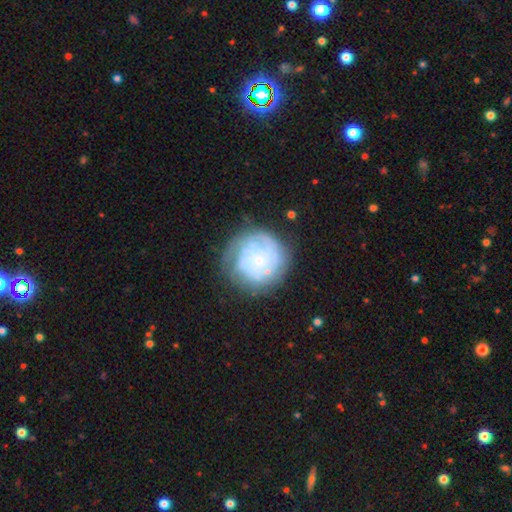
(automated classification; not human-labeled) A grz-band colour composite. It shows a featured or disk galaxy (61%) with no bar (82%), spiral arms (81%) and a small central bulge (80%). Merging: none (73%).